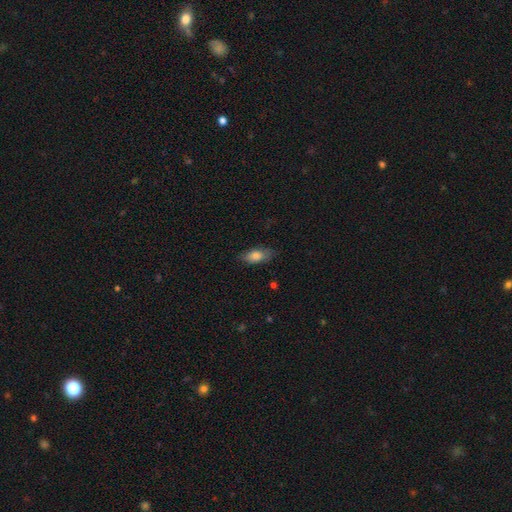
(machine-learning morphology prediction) A smooth galaxy with no disk features (79%) that is in between round and cigar-shaped (84%). Merging: none (76%).